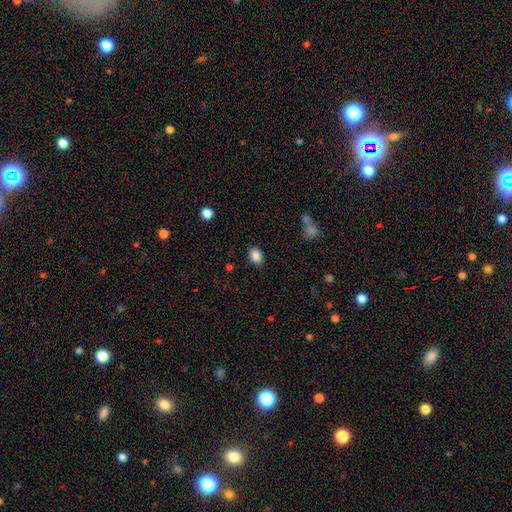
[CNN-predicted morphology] Overall: smooth (86%). How rounded: in between (74%). Merging: none (85%).